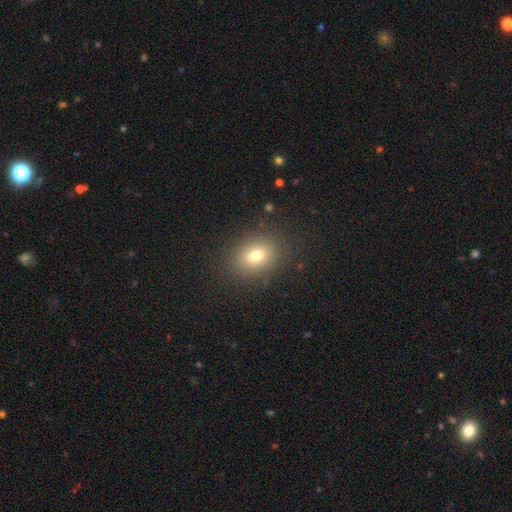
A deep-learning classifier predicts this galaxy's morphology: smooth 76%, star or artifact 14%, featured or disk 10%. Down the decision tree: how rounded — in between (62%); merging — none (86%).